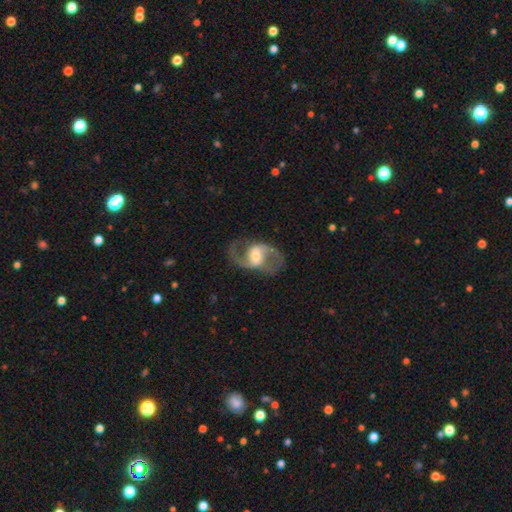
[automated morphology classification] featured or disk 88%, smooth 8%, star or artifact 5%. Down the decision tree: edge-on disk — no (97%); bar — weak (44%); spiral arms — yes (94%); spiral arm count — 2 (93%); spiral winding — medium (54%); bulge size — moderate (57%); merging — none (81%).